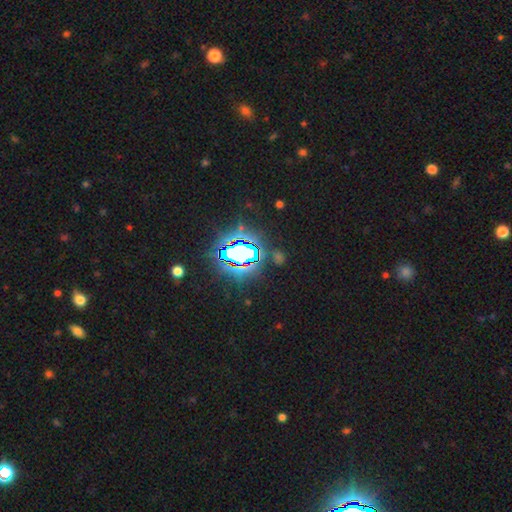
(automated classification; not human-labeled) Q: Smooth or featured?
A: star or artifact (83%); runner-up: smooth (10%)